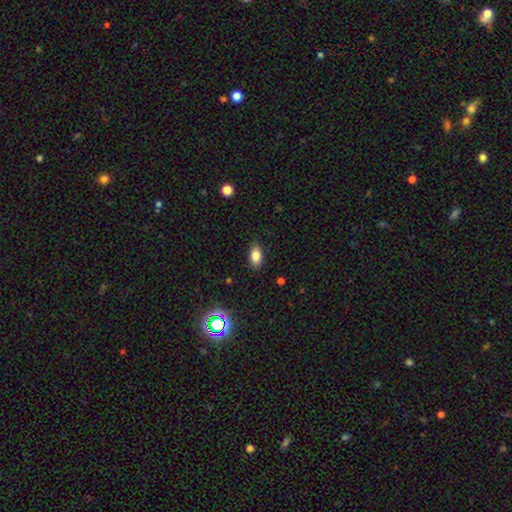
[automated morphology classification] smooth 82%, star or artifact 11%, featured or disk 7%. Down the decision tree: how rounded — in between (90%); merging — none (87%).